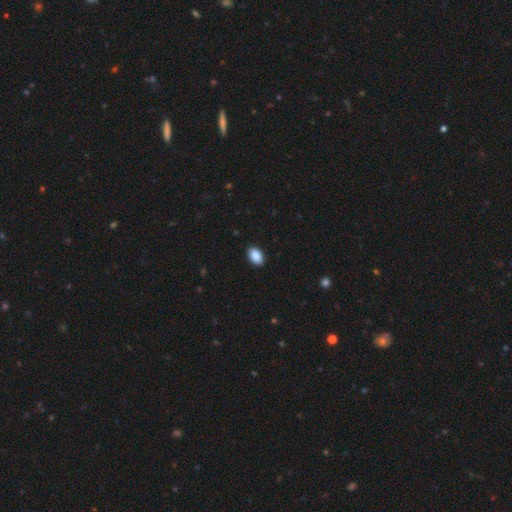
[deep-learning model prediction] This appears to be a smooth galaxy with no disk features (90%) that is in between round and cigar-shaped (92%). Merging: none (90%).